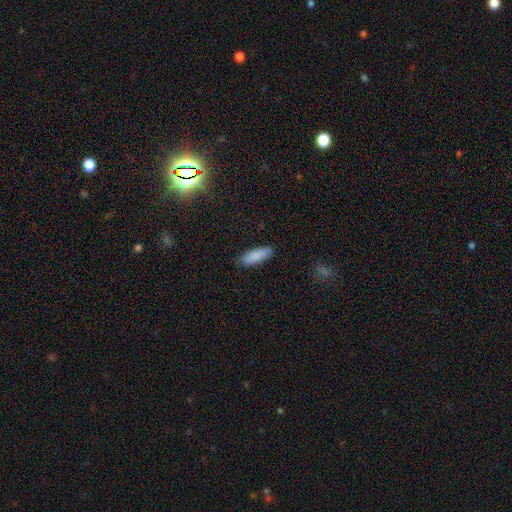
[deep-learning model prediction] Q: Smooth or featured?
A: smooth (88%); runner-up: star or artifact (6%)
Q: How rounded?
A: in between (60%); runner-up: cigar-shaped (39%)
Q: Merging?
A: none (85%); runner-up: minor disturbance (11%)